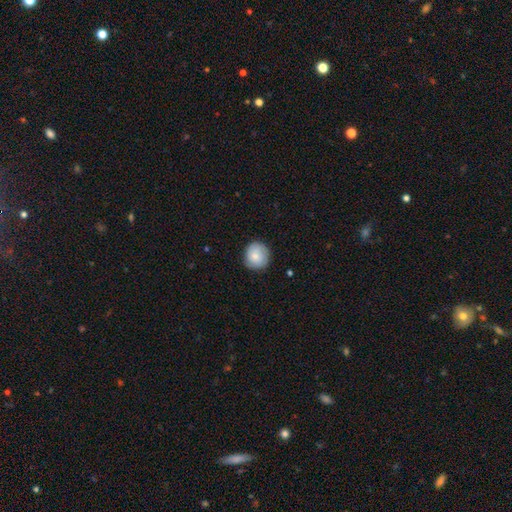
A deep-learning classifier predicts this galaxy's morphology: Smooth or featured? smooth (76%)
How rounded? round (90%)
Merging? none (82%)